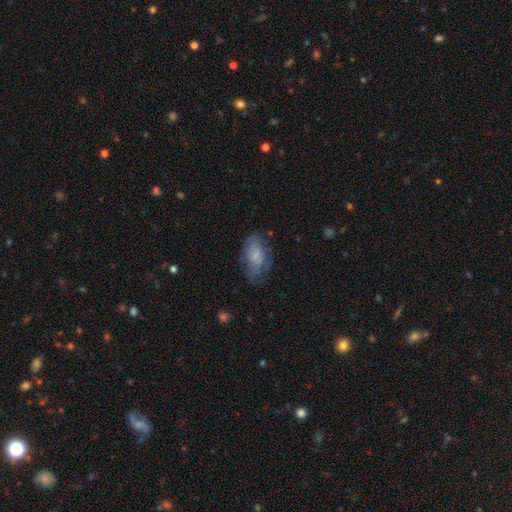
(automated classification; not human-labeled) A smooth galaxy with no disk features (48%).

Vote fractions:
- Smooth or featured? smooth: 48% / featured or disk: 42% / star or artifact: 9%
- Merging? none: 54% / minor disturbance: 27% / major disturbance: 17% / merger: 2%